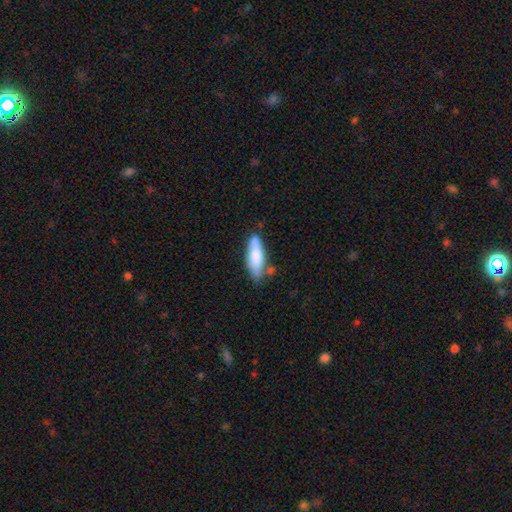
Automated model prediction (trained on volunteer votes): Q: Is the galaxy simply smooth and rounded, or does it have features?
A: smooth — 73%.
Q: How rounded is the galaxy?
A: cigar-shaped — 51%.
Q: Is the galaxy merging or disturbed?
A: none — 63%.